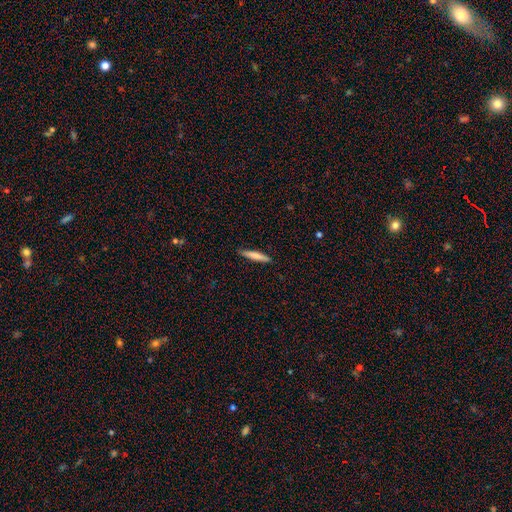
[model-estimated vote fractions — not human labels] Overall: smooth (74%). How rounded: cigar-shaped (92%). Merging: none (90%).